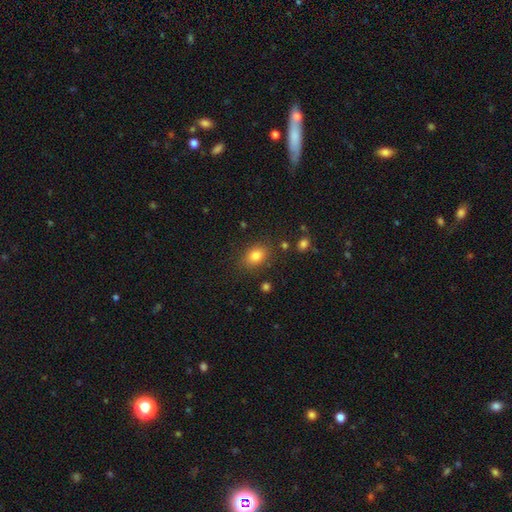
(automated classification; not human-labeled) smooth 82%, star or artifact 11%, featured or disk 8%. Down the decision tree: how rounded — in between (70%); merging — none (82%).